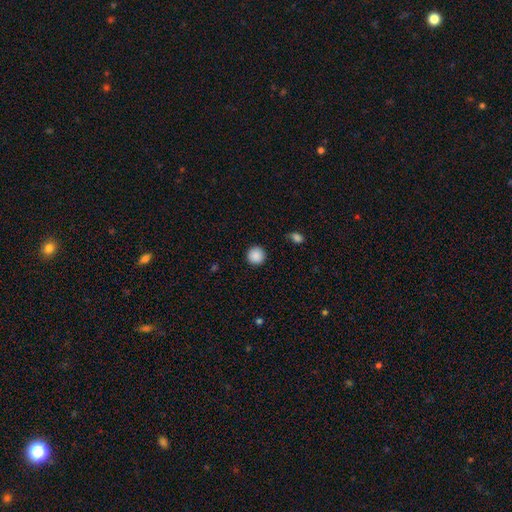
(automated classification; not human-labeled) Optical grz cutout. It shows a smooth galaxy with no disk features (89%) that is round (95%). Merging: none (92%).